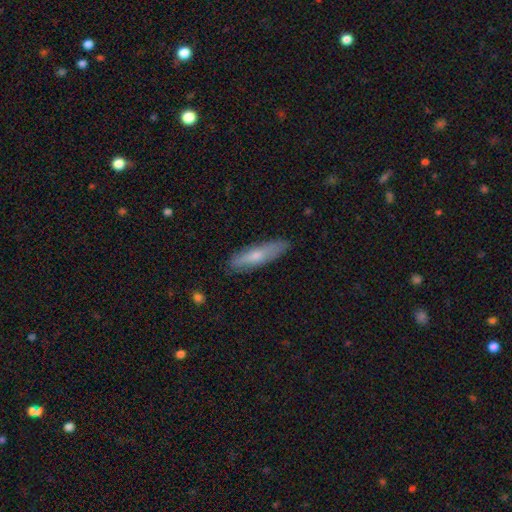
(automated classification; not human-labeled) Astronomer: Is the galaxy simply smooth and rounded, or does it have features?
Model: smooth — 65%.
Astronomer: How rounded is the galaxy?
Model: cigar-shaped — 75%.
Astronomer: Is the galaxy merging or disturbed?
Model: none — 84%.